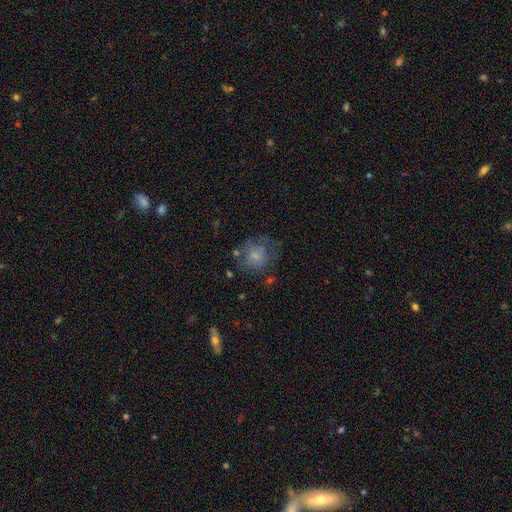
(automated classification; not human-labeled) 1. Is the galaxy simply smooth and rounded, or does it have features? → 62% smooth, 28% featured or disk, 10% star or artifact.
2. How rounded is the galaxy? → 75% round, 24% in between, 1% cigar-shaped.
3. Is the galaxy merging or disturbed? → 48% none, 24% minor disturbance, 23% major disturbance, 5% merger.